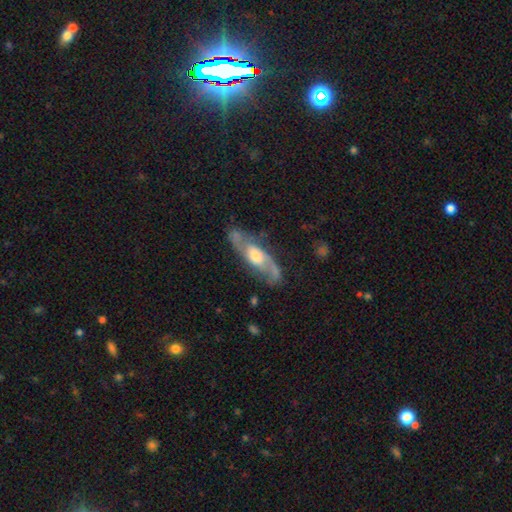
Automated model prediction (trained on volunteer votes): This is clearly a featured or disk galaxy (82%). It is clearly not viewed edge-on (85%). Bar: possibly no (52%). Spiral arm pattern: clearly yes (93%). Spiral arm count: clearly 2 (87%). Spiral winding: possibly medium (50%). Central bulge: possibly moderate (60%). Merging: likely none (74%).